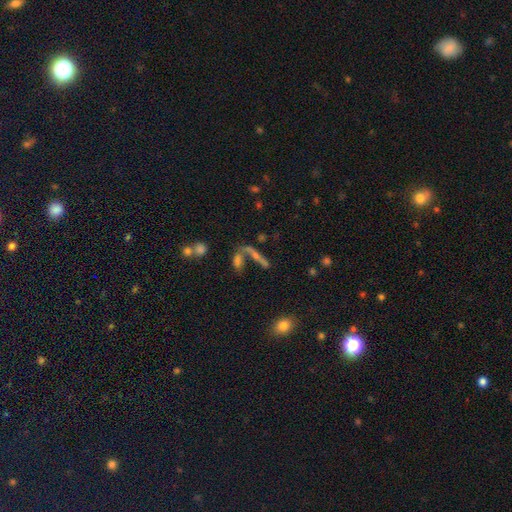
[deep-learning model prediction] This appears to be a smooth galaxy with no disk features (39%). Merging: none (44%).